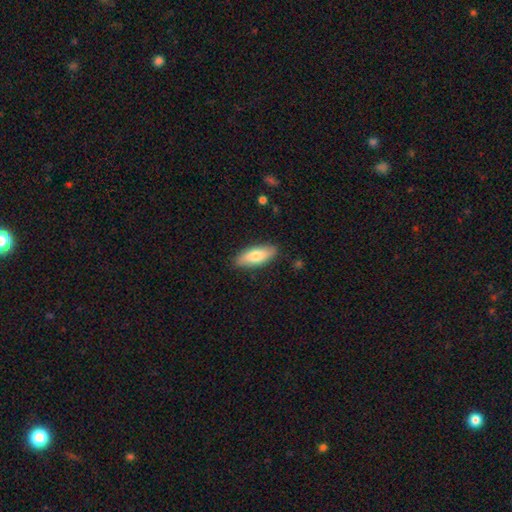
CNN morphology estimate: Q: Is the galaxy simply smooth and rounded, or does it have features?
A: smooth — 76%.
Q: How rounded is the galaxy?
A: in between — 70%.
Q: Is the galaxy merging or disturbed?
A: none — 86%.